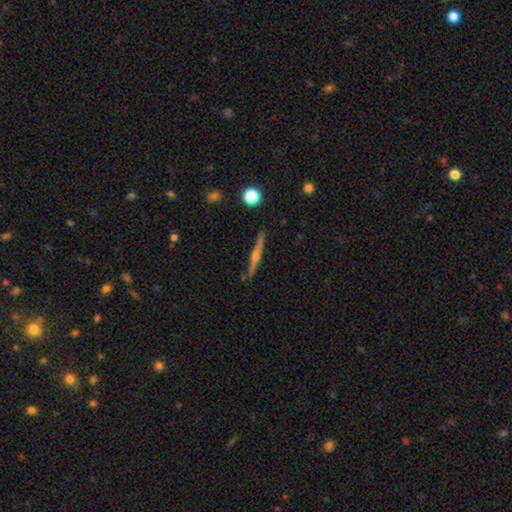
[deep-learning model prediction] Smooth or featured?
  - featured or disk: 69% *
  - smooth: 23%
  - star or artifact: 7%
Edge-on disk?
  - yes: 98% *
  - no: 2%
Edge-on bulge?
  - rounded: 83% *
  - none: 11%
  - boxy: 5%
Merging?
  - none: 90% *
  - minor disturbance: 7%
  - merger: 2%
  - major disturbance: 2%